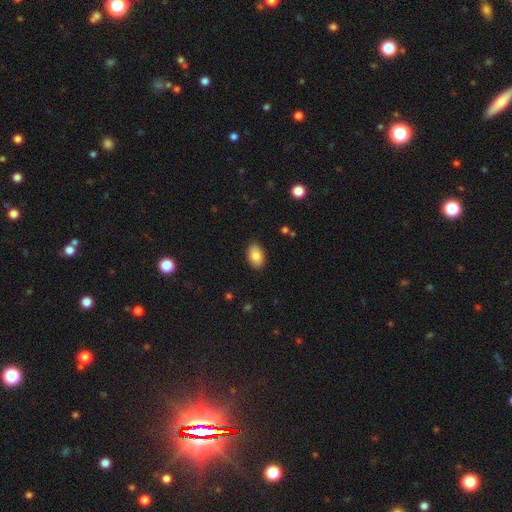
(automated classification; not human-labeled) The model was most divided on "smooth or featured": smooth: 86%, star or artifact: 7%, featured or disk: 6%. More confident: how rounded — in between (90%); merging — none (89%).